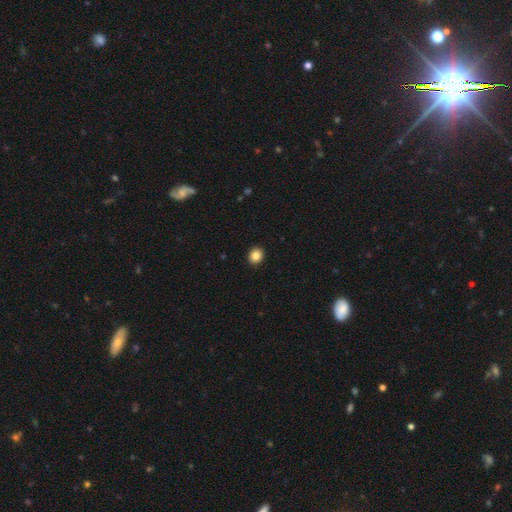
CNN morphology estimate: Overall: smooth (85%). How rounded: round (79%). Merging: none (93%).